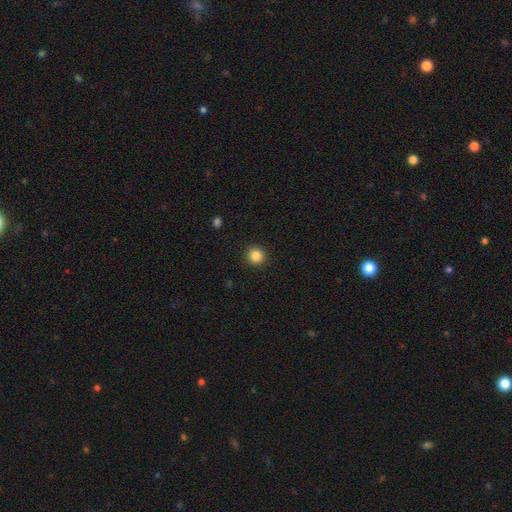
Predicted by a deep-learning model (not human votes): The model was most divided on "smooth or featured": smooth: 86%, star or artifact: 11%, featured or disk: 4%. More confident: how rounded — round (93%); merging — none (92%).